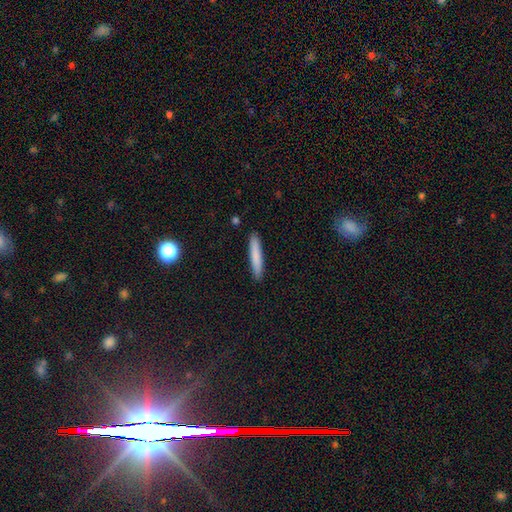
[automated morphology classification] Overall: smooth (81%). How rounded: cigar-shaped (93%). Merging: none (91%).